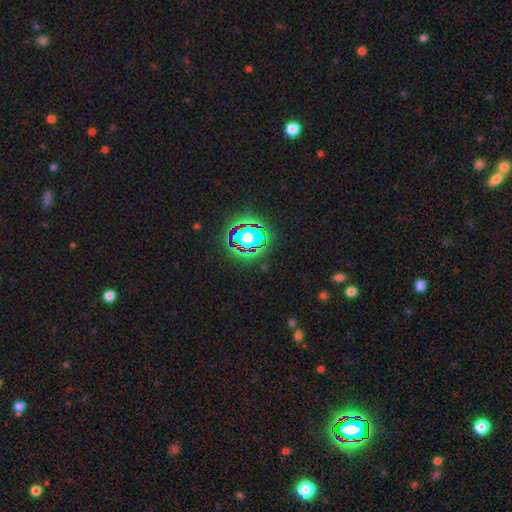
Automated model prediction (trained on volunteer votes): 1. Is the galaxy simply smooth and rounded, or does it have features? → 76% star or artifact, 15% smooth, 9% featured or disk.